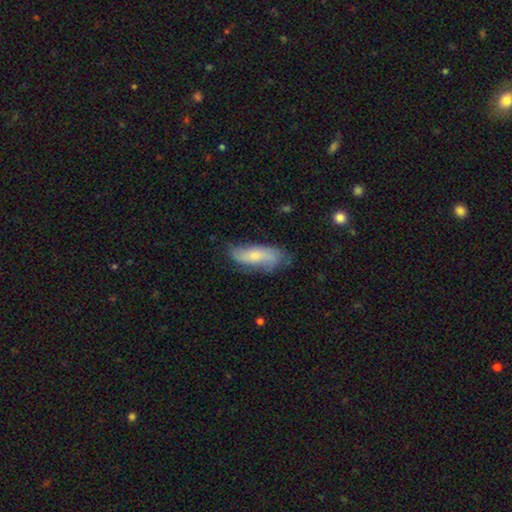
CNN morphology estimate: Smooth or featured? Predicted: smooth (p=0.56). How rounded? Predicted: in between (p=0.66). Merging? Predicted: none (p=0.61).